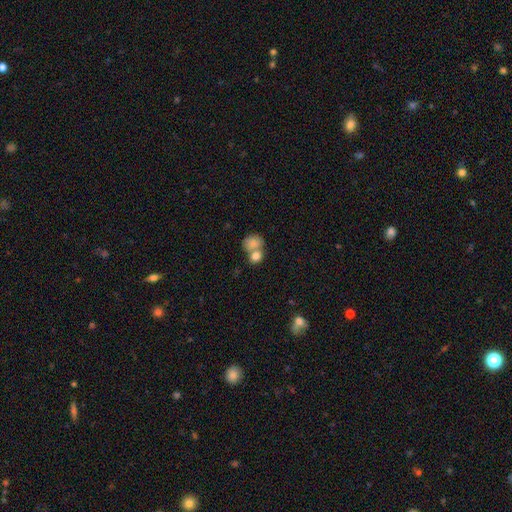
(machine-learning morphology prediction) Smooth or featured: smooth — 81% (featured or disk — 10%)
How rounded: round — 66% (in between — 33%)
Merging: merger — 53% (none — 34%)